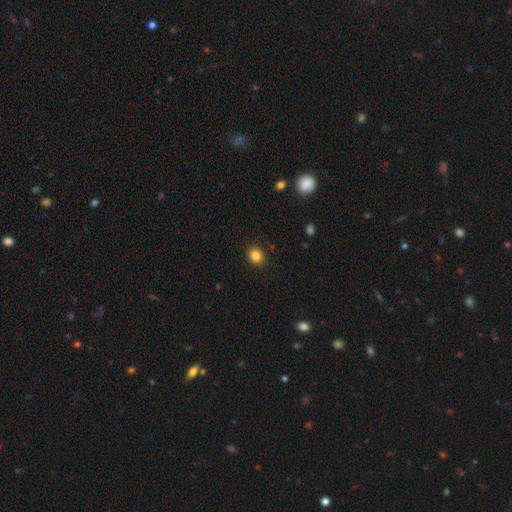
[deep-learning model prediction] smooth 84%, star or artifact 11%, featured or disk 5%. Down the decision tree: how rounded — round (76%); merging — none (90%).